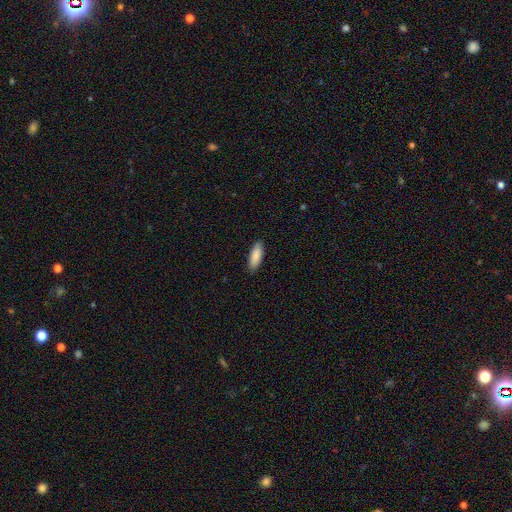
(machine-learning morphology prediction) A smooth galaxy with no disk features (89%) that is in between round and cigar-shaped (63%).

Vote fractions:
- Smooth or featured? smooth: 89% / featured or disk: 6% / star or artifact: 5%
- How rounded? in between: 63% / cigar-shaped: 35% / round: 1%
- Merging? none: 89% / minor disturbance: 9% / major disturbance: 2% / merger: 1%